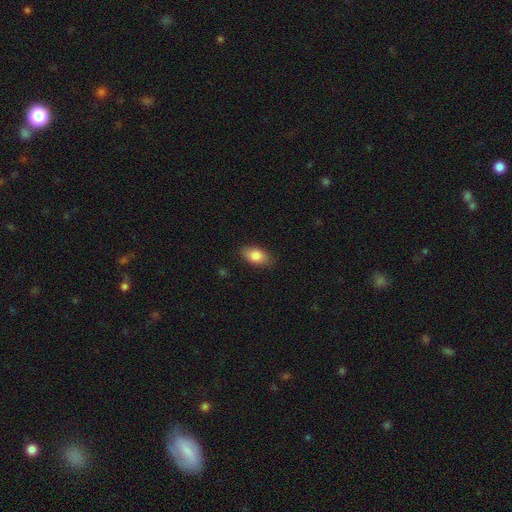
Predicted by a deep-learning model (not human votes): Morphology: type=smooth (84%); roundness=in between (91%); merging=none (85%).